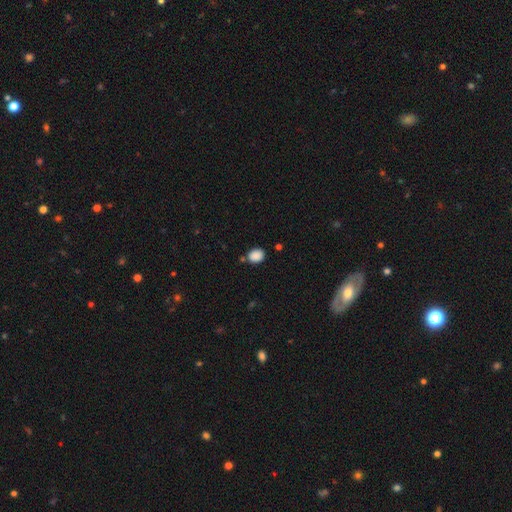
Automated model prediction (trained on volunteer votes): Smooth or featured? smooth (88%)
How rounded? in between (51%)
Merging? none (77%)